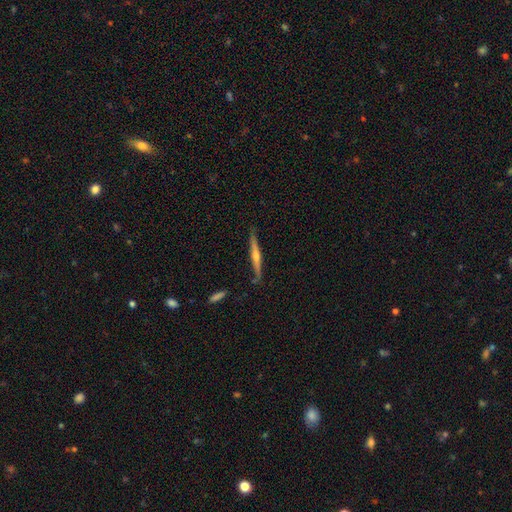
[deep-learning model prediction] This appears to be a featured or disk galaxy (72%) viewed edge-on (97%) with a rounded central bulge (84%). Merging: none (83%).